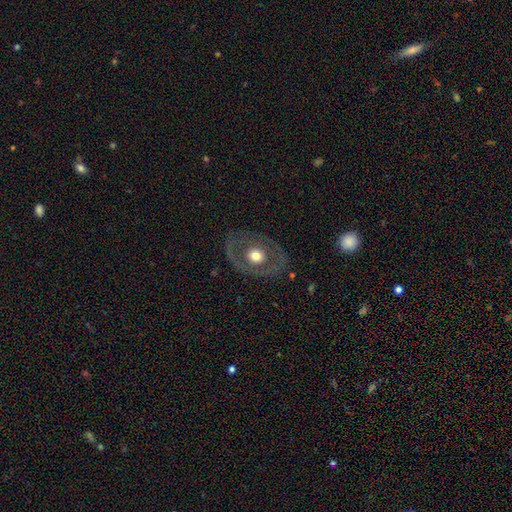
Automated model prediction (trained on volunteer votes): Smooth or featured? featured or disk (50%)
Merging? none (80%)